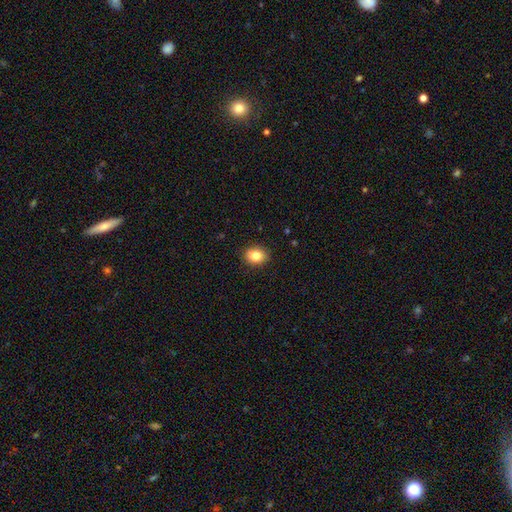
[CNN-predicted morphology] Overall: smooth (84%). How rounded: round (50%; in between 49%). Merging: none (90%).